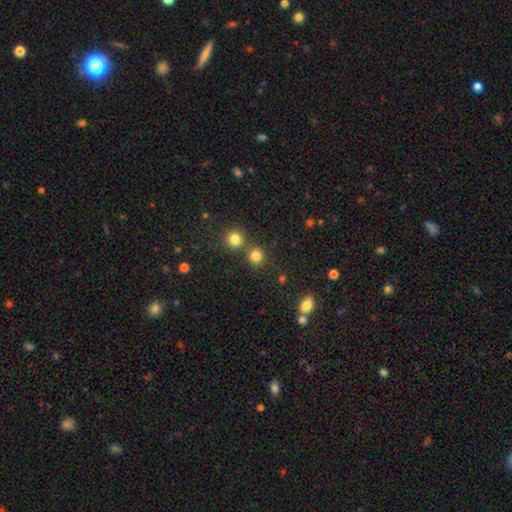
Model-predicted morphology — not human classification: Smooth or featured? Predicted: smooth (p=0.80). How rounded? Predicted: round (p=0.90). Merging? Predicted: none (p=0.70).